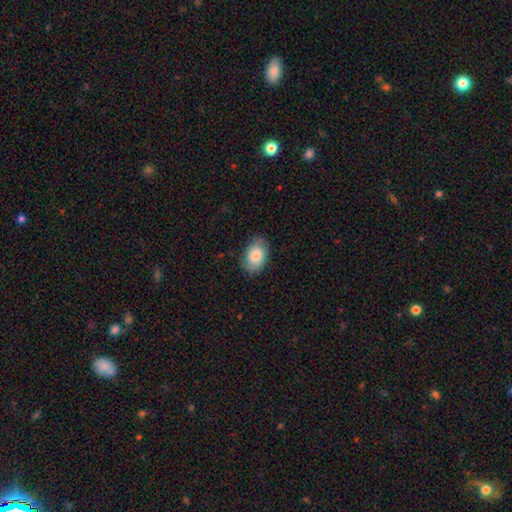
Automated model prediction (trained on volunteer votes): Overall: smooth (78%). How rounded: in between (85%). Merging: none (79%).